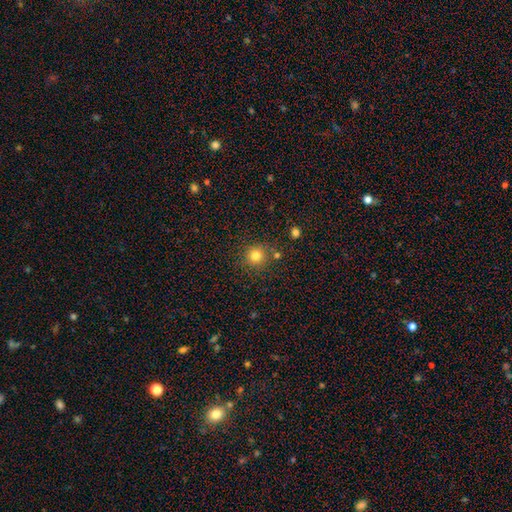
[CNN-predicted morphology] Smooth or featured: smooth — 80% (star or artifact — 14%)
How rounded: round — 93% (in between — 6%)
Merging: none — 82% (minor disturbance — 9%)